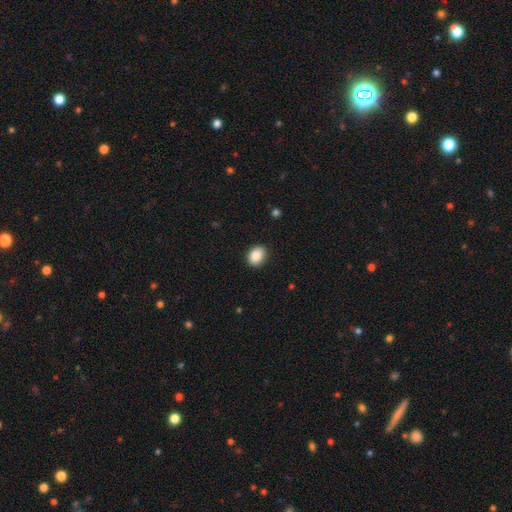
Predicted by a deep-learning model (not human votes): Smooth or featured: smooth — 87% (star or artifact — 8%)
How rounded: in between — 60% (round — 39%)
Merging: none — 89% (minor disturbance — 8%)